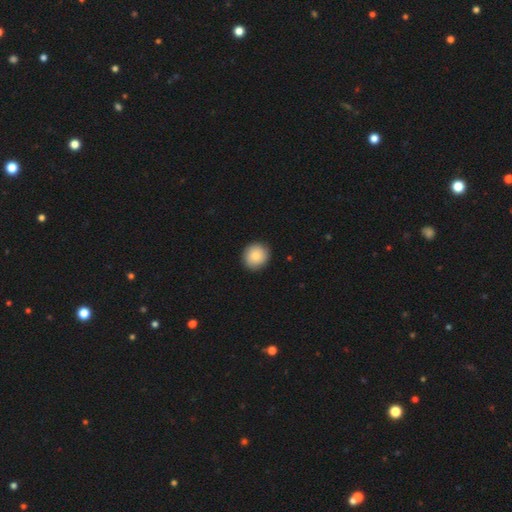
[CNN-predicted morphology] Smooth or featured? Predicted: smooth (p=0.86). How rounded? Predicted: round (p=0.89). Merging? Predicted: none (p=0.91).